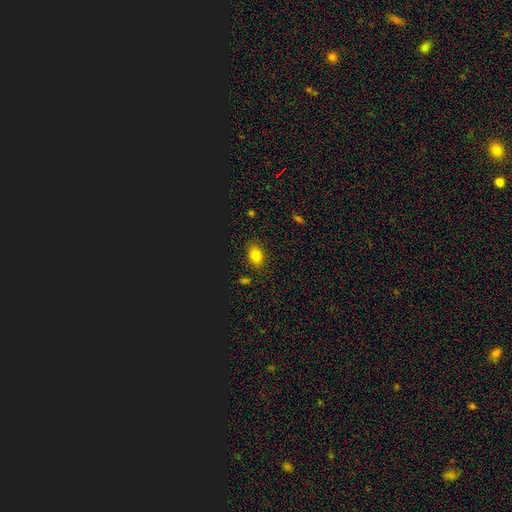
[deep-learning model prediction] A smooth galaxy with no disk features (76%) that is in between round and cigar-shaped (76%). Merging: none (85%).